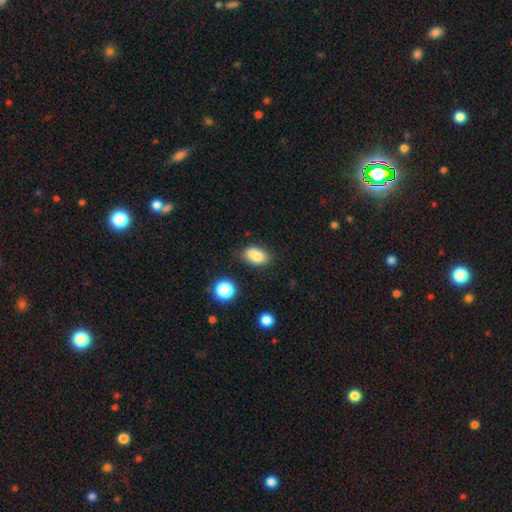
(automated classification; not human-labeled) A smooth galaxy with no disk features (84%) that is in between round and cigar-shaped (87%).

Vote fractions:
- Smooth or featured? smooth: 84% / star or artifact: 10% / featured or disk: 7%
- How rounded? in between: 87% / round: 11% / cigar-shaped: 2%
- Merging? none: 74% / minor disturbance: 17% / merger: 5% / major disturbance: 4%